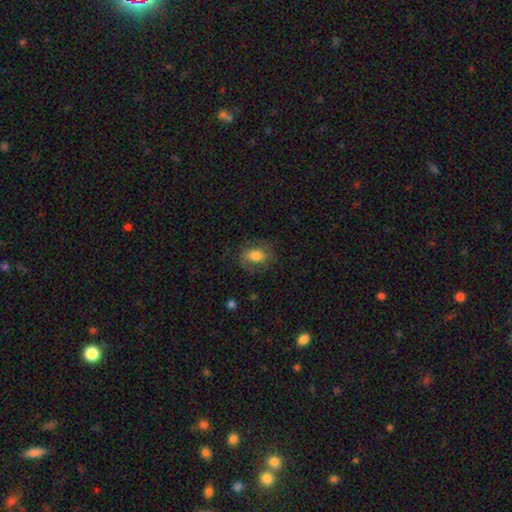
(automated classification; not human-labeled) smooth_or_featured: smooth (p=0.61) [alt: featured or disk p=0.31]
how_rounded: in between (p=0.73) [alt: round p=0.25]
merging: none (p=0.69) [alt: minor disturbance p=0.18]